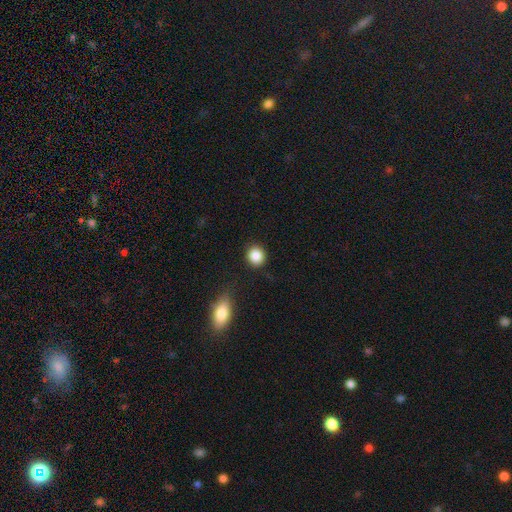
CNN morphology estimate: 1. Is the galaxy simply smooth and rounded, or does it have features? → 86% smooth, 9% star or artifact, 5% featured or disk.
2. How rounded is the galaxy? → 86% round, 13% in between, 1% cigar-shaped.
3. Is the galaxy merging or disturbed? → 88% none, 8% minor disturbance, 2% major disturbance, 2% merger.